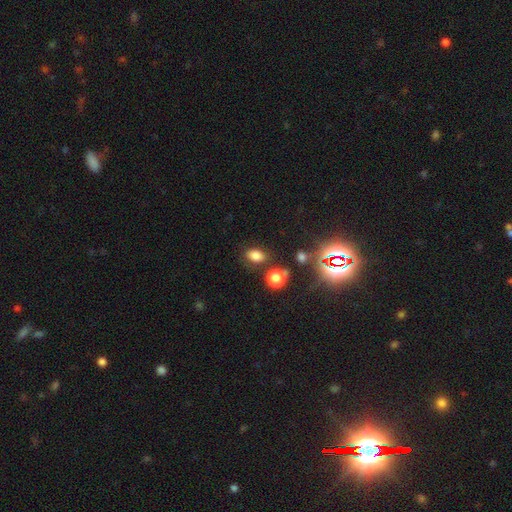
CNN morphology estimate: The model was most divided on "smooth or featured": smooth: 75%, star or artifact: 18%, featured or disk: 7%. More confident: how rounded — in between (78%); merging — none (78%).